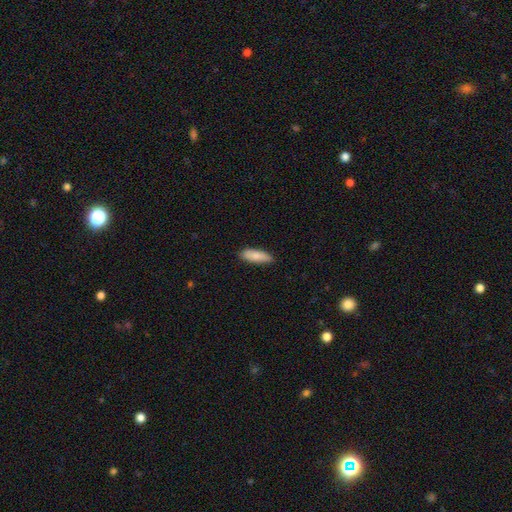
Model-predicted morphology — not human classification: Smooth or featured?
  - smooth: 83% *
  - featured or disk: 11%
  - star or artifact: 6%
How rounded?
  - in between: 57% *
  - cigar-shaped: 41%
  - round: 2%
Merging?
  - none: 87% *
  - minor disturbance: 10%
  - major disturbance: 2%
  - merger: 1%